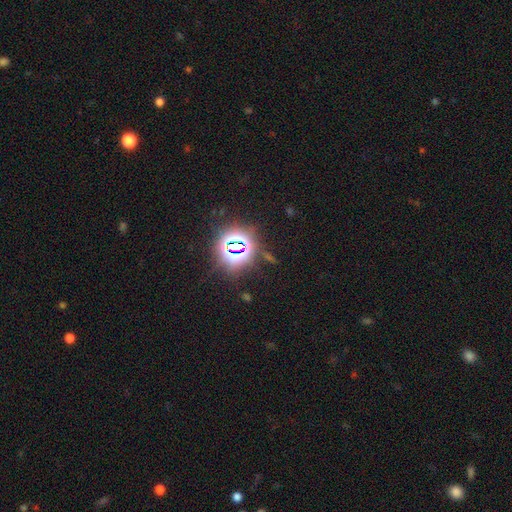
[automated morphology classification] The model was most divided on "smooth or featured": star or artifact: 83%, smooth: 11%, featured or disk: 6%.